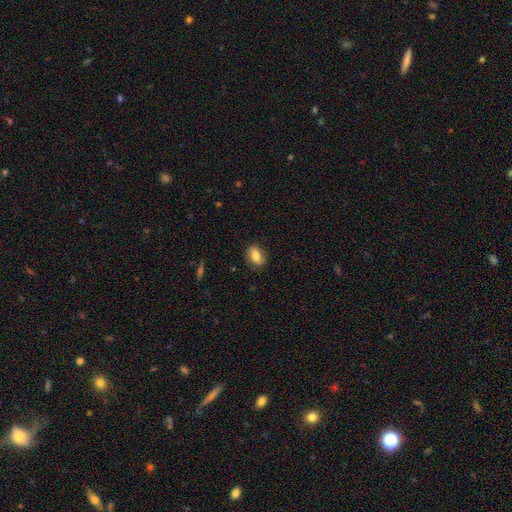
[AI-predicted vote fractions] This appears to be a smooth galaxy with no disk features (81%) that is in between round and cigar-shaped (82%). Merging: none (81%).